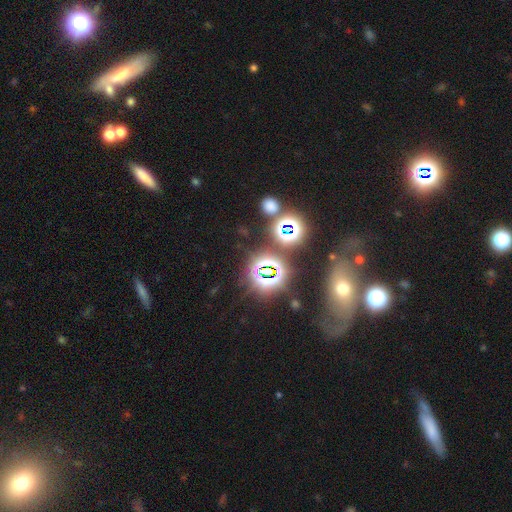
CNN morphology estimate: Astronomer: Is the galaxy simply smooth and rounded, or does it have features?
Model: star or artifact — 59%.